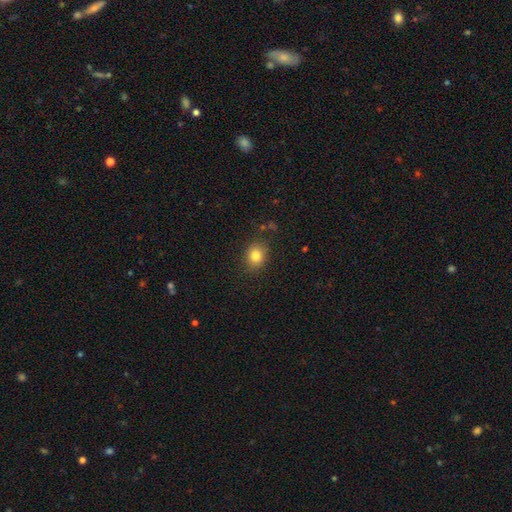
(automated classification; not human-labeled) Morphology: type=smooth (83%); roundness=round (65%); merging=none (83%).